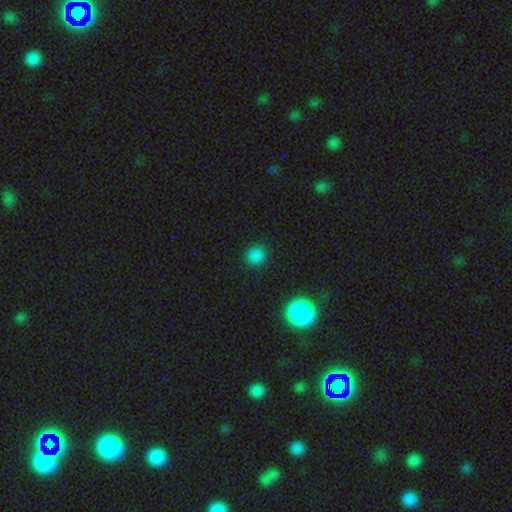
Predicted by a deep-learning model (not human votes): This appears to be a smooth galaxy with no disk features (83%) that is round (91%). Merging: none (90%).